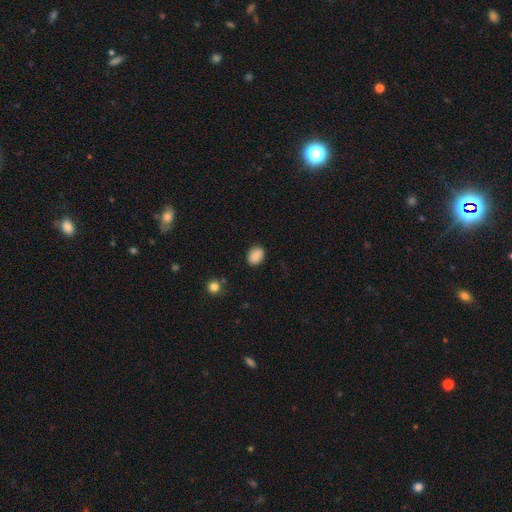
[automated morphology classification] smooth_or_featured: smooth (p=0.88) [alt: star or artifact p=0.08]
how_rounded: in between (p=0.72) [alt: round p=0.27]
merging: none (p=0.86) [alt: minor disturbance p=0.10]